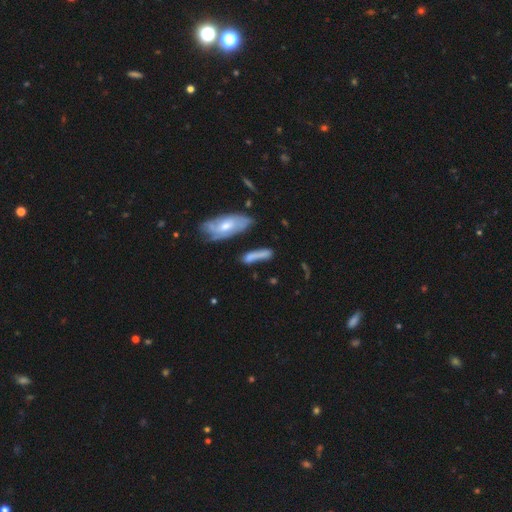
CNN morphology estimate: Q: Smooth or featured?
A: smooth (63%); runner-up: featured or disk (28%)
Q: How rounded?
A: cigar-shaped (63%); runner-up: in between (32%)
Q: Merging?
A: none (54%); runner-up: minor disturbance (23%)